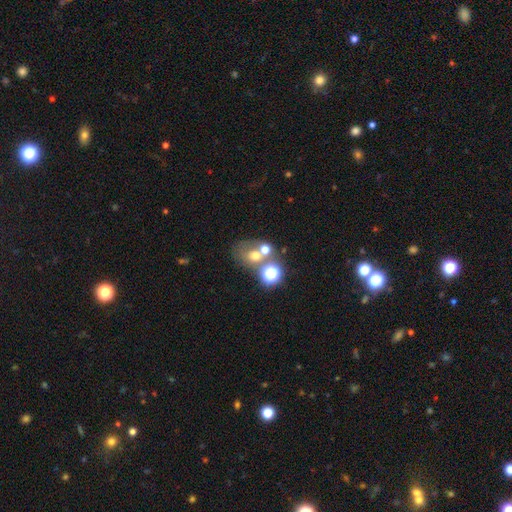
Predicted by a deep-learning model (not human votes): smooth_or_featured: smooth (p=0.53) [alt: featured or disk p=0.24]
how_rounded: round (p=0.60) [alt: in between p=0.39]
merging: merger (p=0.46) [alt: none p=0.36]